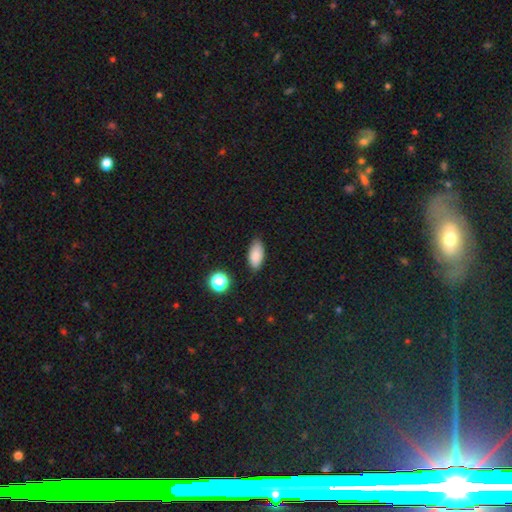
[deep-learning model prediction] A smooth galaxy with no disk features (85%) that is in between round and cigar-shaped (90%). Merging: none (81%).